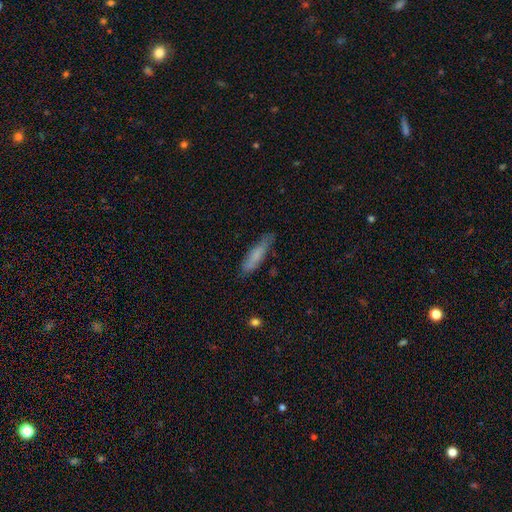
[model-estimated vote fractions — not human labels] This appears to be a smooth galaxy with no disk features (72%) that is cigar-shaped (78%). Merging: none (75%).